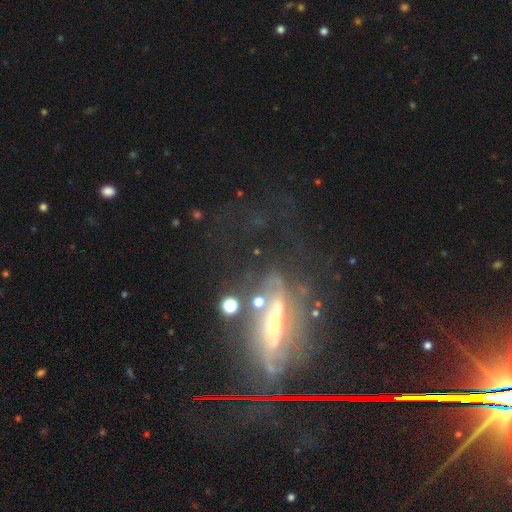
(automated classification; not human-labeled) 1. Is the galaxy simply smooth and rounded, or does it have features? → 67% featured or disk, 17% star or artifact, 16% smooth.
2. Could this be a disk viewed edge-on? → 53% yes, 47% no.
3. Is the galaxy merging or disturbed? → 46% none, 29% major disturbance, 19% minor disturbance, 6% merger.